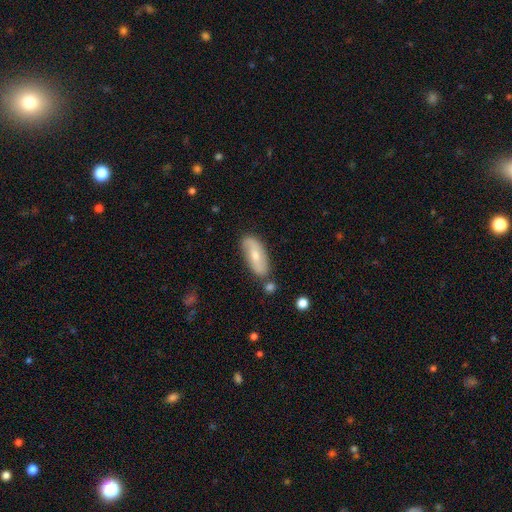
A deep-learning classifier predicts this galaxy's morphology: type=featured or disk (51%); edge-on=no (86%); merging=none (74%).